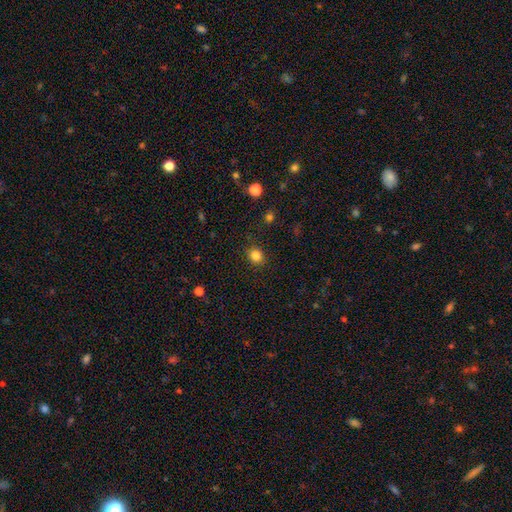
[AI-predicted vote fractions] smooth-or-featured: smooth: 84% | star or artifact: 12% | featured or disk: 4%
  how-rounded: round: 73% | in between: 27% | cigar-shaped: 1%
  merging: none: 88% | minor disturbance: 8% | major disturbance: 3% | merger: 1%